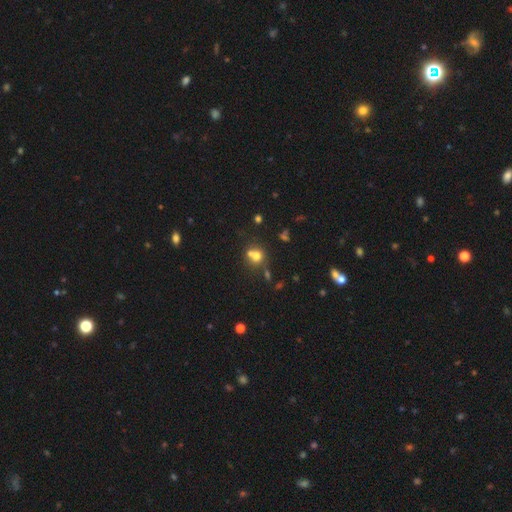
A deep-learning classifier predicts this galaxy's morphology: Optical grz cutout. It shows a smooth galaxy with no disk features (67%) that is round (83%). Merging: none (45%).